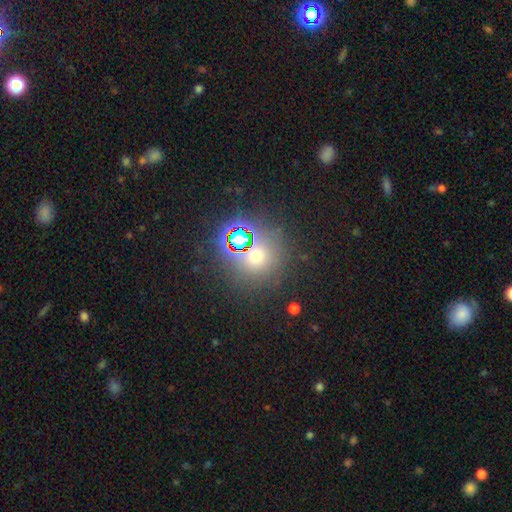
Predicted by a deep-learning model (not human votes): Overall: smooth (53%; star or artifact 38%). How rounded: round (87%). Merging: none (76%).